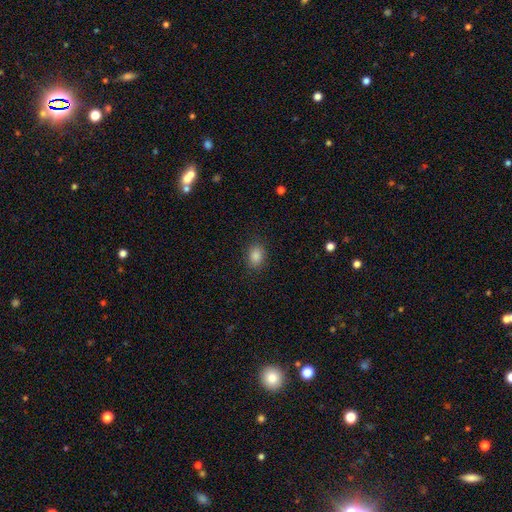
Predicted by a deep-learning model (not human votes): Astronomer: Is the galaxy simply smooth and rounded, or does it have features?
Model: smooth — 84%.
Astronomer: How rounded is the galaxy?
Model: in between — 66%.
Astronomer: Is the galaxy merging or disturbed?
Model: none — 88%.